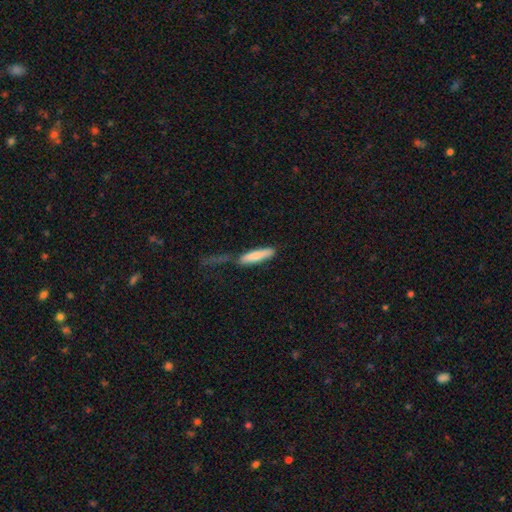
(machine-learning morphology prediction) The model was most divided on "merging": none: 52%, minor disturbance: 25%, major disturbance: 14%, merger: 9%. More confident: how rounded — cigar-shaped (83%); smooth or featured — smooth (80%).